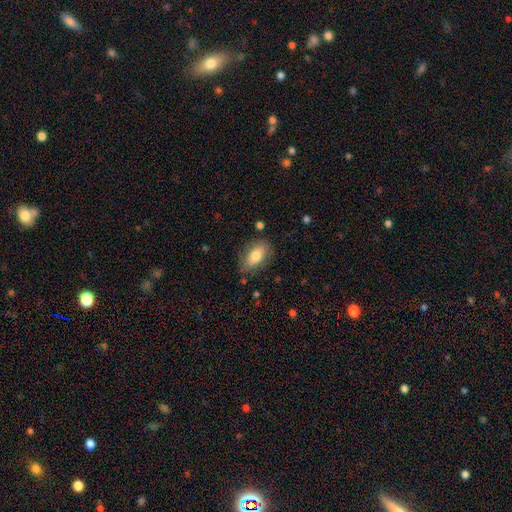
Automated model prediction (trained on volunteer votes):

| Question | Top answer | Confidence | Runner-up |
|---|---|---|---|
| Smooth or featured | smooth | 73% | featured or disk (20%) |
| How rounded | in between | 90% | round (6%) |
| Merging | none | 78% | minor disturbance (16%) |